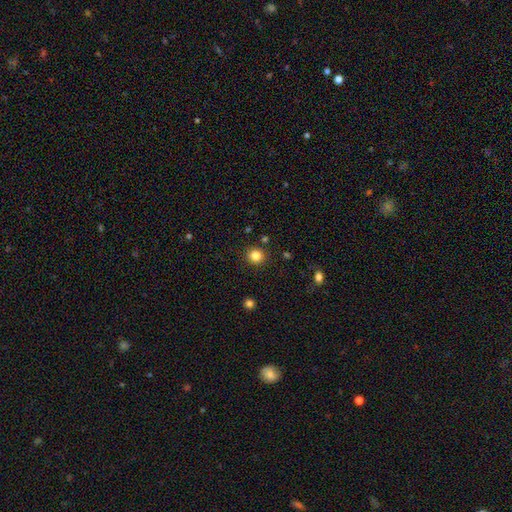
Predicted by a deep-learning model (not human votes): smooth 84%, star or artifact 12%, featured or disk 4%. Down the decision tree: how rounded — round (91%); merging — none (89%).